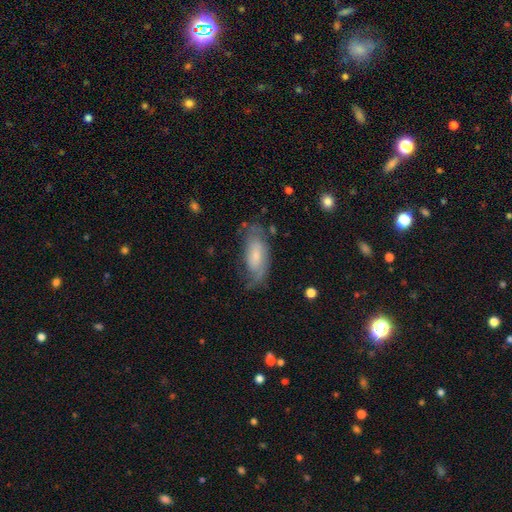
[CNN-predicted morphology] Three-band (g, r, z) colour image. It shows a featured or disk galaxy (53%). Merging: none (59%).